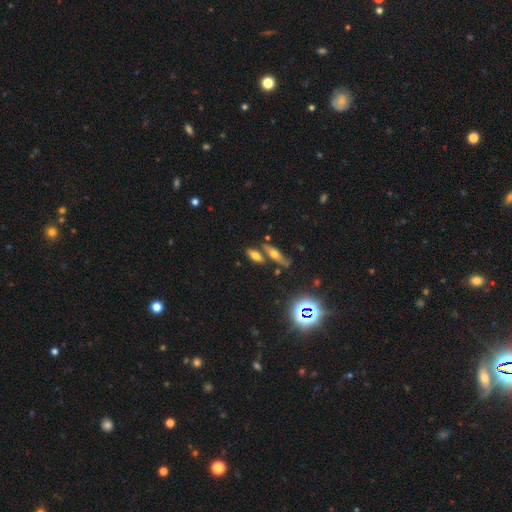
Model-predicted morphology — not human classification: Smooth or featured? Predicted: smooth (p=0.58). How rounded? Predicted: in between (p=0.61). Merging? Predicted: none (p=0.60).